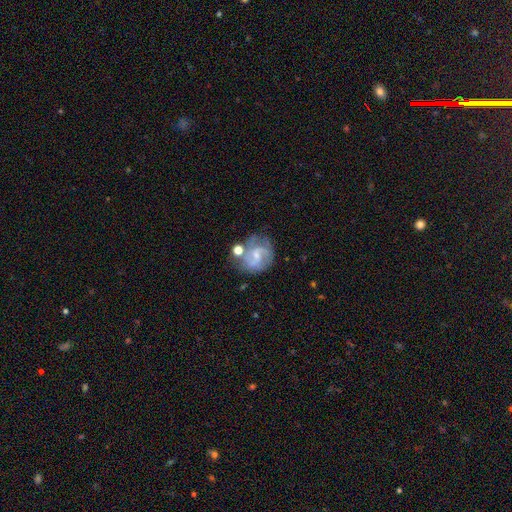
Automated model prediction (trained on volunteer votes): Smooth or featured? featured or disk (71%)
Edge-on disk? no (98%)
Bar? weak (50%)
Spiral arms? yes (85%)
Spiral winding? medium (47%)
Spiral arm count? 2 (56%)
Bulge size? small (61%)
Merging? none (53%)